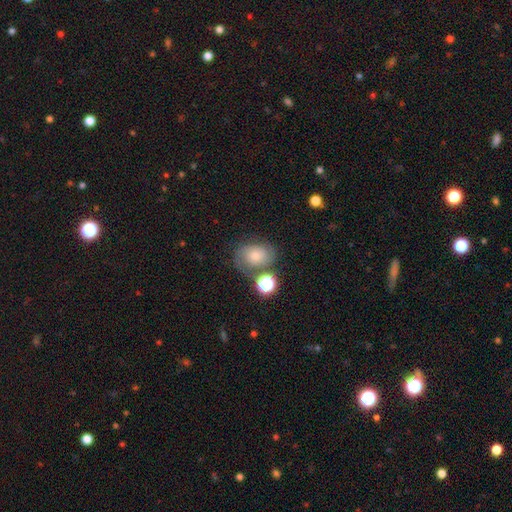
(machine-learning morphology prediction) smooth-or-featured: featured or disk: 47% | smooth: 35% | star or artifact: 18%
  merging: none: 62% | minor disturbance: 18% | merger: 11% | major disturbance: 10%